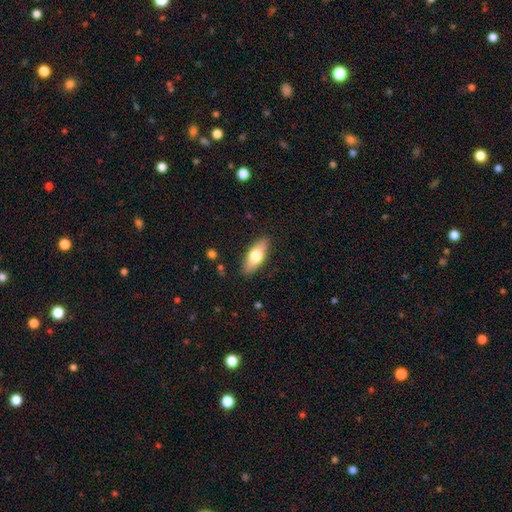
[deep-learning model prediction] smooth_or_featured: smooth (p=0.66) [alt: featured or disk p=0.28]
how_rounded: in between (p=0.73) [alt: cigar-shaped p=0.25]
merging: none (p=0.88) [alt: minor disturbance p=0.09]